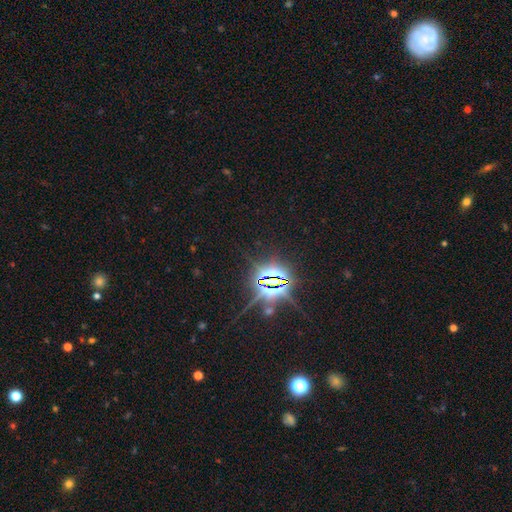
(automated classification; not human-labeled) A star or artifact, not a galaxy (84%).

Vote fractions:
- Smooth or featured? star or artifact: 84% / smooth: 9% / featured or disk: 7%